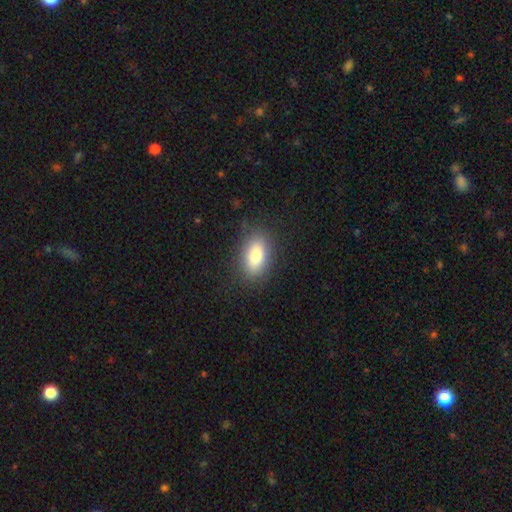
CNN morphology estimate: A smooth galaxy with no disk features (81%) that is in between round and cigar-shaped (88%). Merging: none (84%).